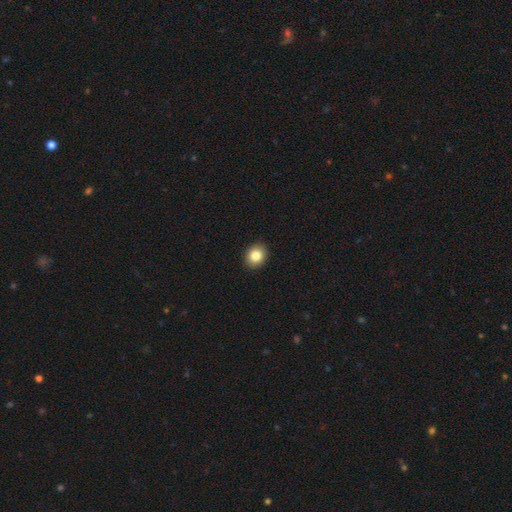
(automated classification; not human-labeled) This is clearly a smooth galaxy (83%). How rounded: possibly round (58%). Merging: clearly none (92%).